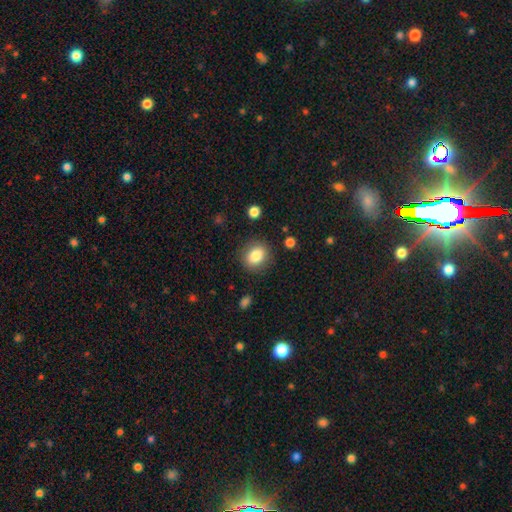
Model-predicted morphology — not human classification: smooth 84%, star or artifact 9%, featured or disk 7%. Down the decision tree: how rounded — round (67%); merging — none (86%).